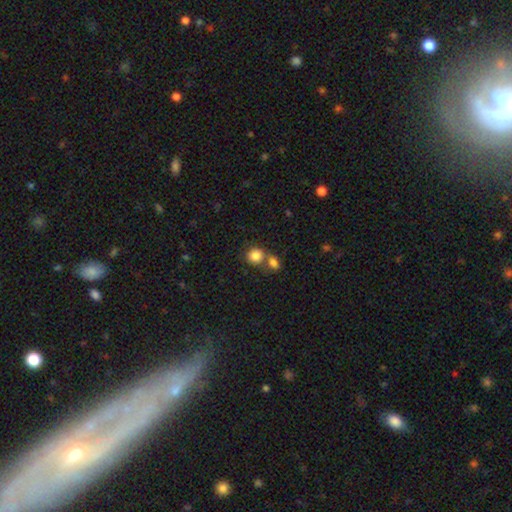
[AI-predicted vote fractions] Q: Smooth or featured?
A: smooth (84%); runner-up: star or artifact (9%)
Q: How rounded?
A: round (80%); runner-up: in between (19%)
Q: Merging?
A: none (51%); runner-up: merger (37%)